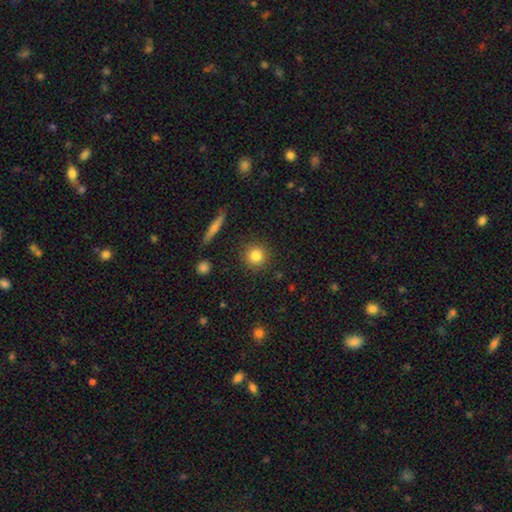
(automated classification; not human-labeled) This is clearly a smooth galaxy (83%). How rounded: clearly round (92%). Merging: clearly none (89%).